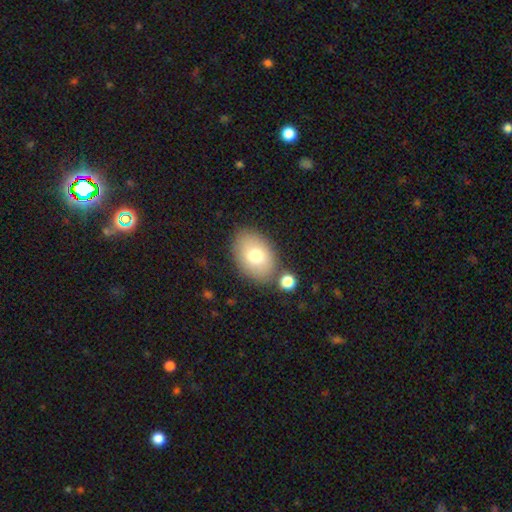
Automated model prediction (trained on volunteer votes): This appears to be a smooth galaxy with no disk features (76%) that is in between round and cigar-shaped (81%). Merging: none (76%).